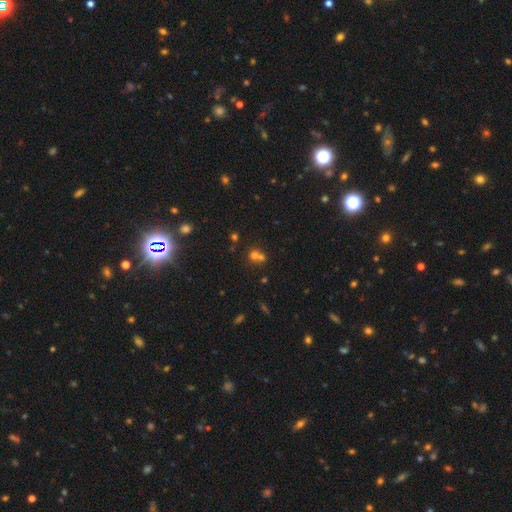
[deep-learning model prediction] smooth_or_featured: smooth (p=0.60) [alt: star or artifact p=0.24]
how_rounded: round (p=0.82) [alt: in between p=0.17]
merging: merger (p=0.53) [alt: none p=0.38]